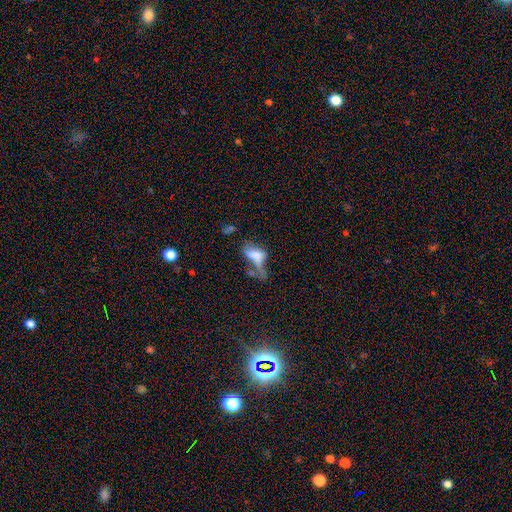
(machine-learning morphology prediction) Smooth or featured? smooth (56%)
How rounded? in between (77%)
Merging? major disturbance (38%)